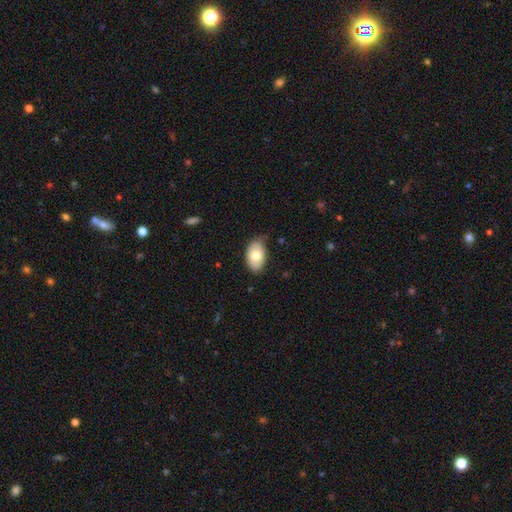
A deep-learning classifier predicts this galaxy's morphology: Smooth or featured: smooth — 75% (featured or disk — 18%)
How rounded: in between — 92% (round — 7%)
Merging: none — 72% (minor disturbance — 24%)